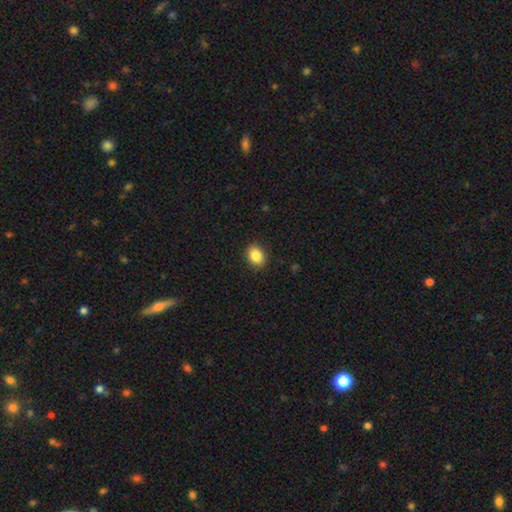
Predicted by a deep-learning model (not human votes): Overall: smooth (87%). How rounded: in between (59%; round 40%). Merging: none (90%).